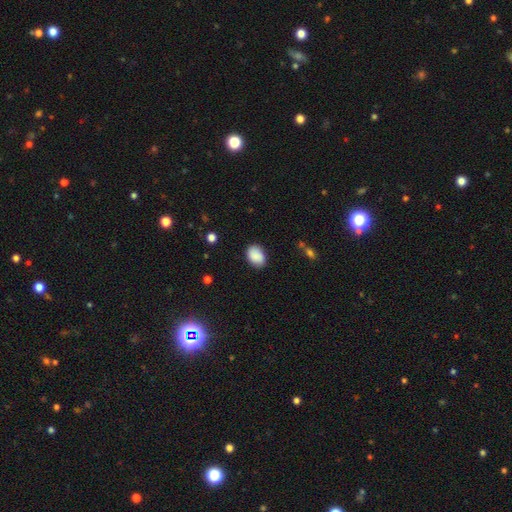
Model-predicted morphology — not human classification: This appears to be a smooth galaxy with no disk features (88%) that is in between round and cigar-shaped (76%). Merging: none (82%).